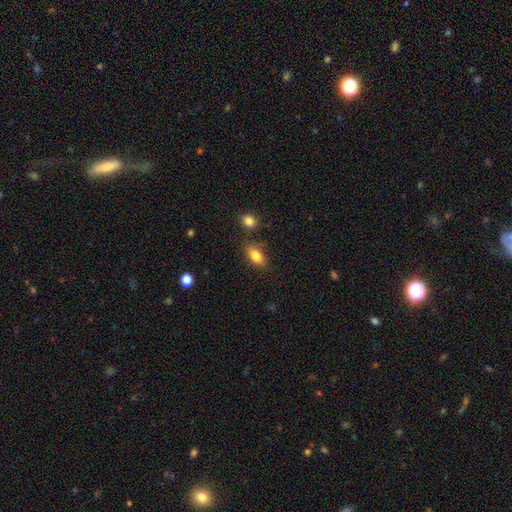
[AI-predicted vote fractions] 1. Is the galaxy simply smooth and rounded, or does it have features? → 83% smooth, 9% featured or disk, 8% star or artifact.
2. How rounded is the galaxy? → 87% in between, 9% round, 4% cigar-shaped.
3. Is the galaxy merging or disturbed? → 76% none, 14% minor disturbance, 6% merger, 3% major disturbance.